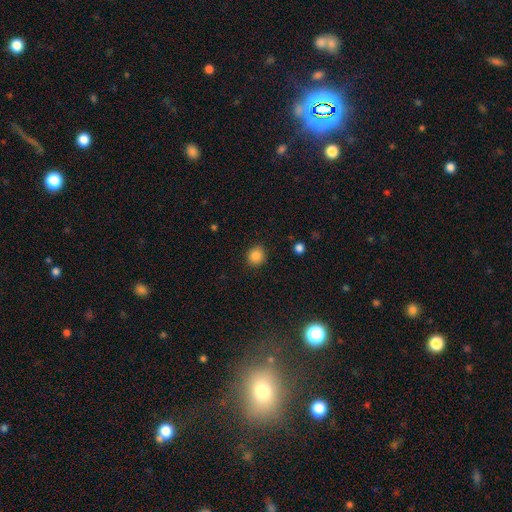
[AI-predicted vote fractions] Smooth or featured?
  - smooth: 86% *
  - star or artifact: 10%
  - featured or disk: 4%
How rounded?
  - round: 85% *
  - in between: 14%
  - cigar-shaped: 1%
Merging?
  - none: 89% *
  - minor disturbance: 8%
  - major disturbance: 2%
  - merger: 1%